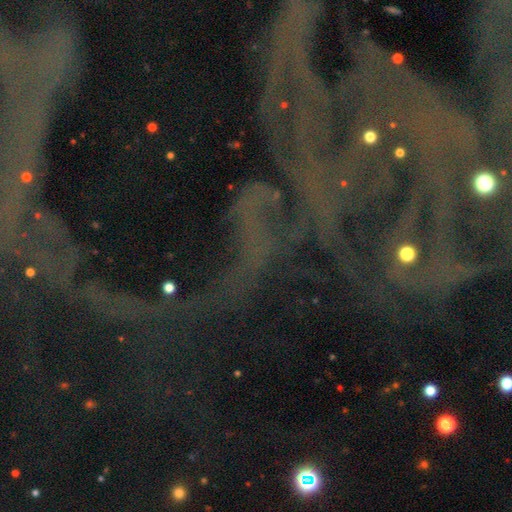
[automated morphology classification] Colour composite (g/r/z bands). It shows a star or artifact, not a galaxy (73%).